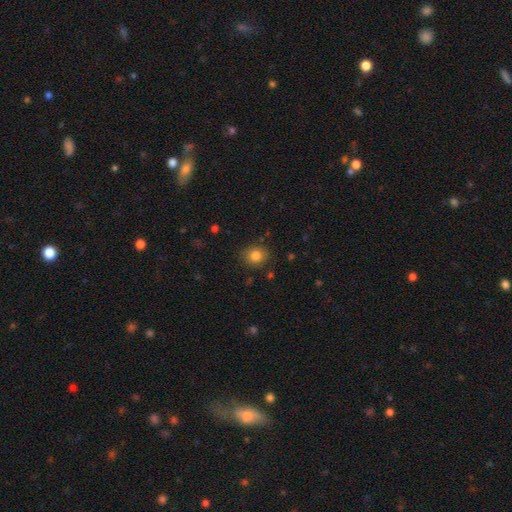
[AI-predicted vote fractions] Smooth or featured? Predicted: smooth (p=0.82). How rounded? Predicted: round (p=0.74). Merging? Predicted: none (p=0.86).